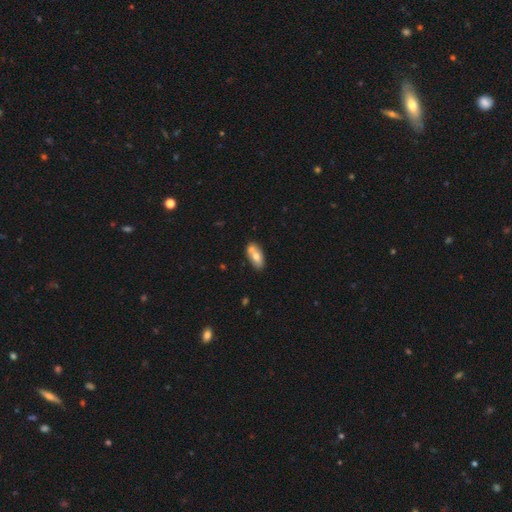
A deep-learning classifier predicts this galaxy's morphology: type=smooth (65%); roundness=in between (87%); merging=none (50%).